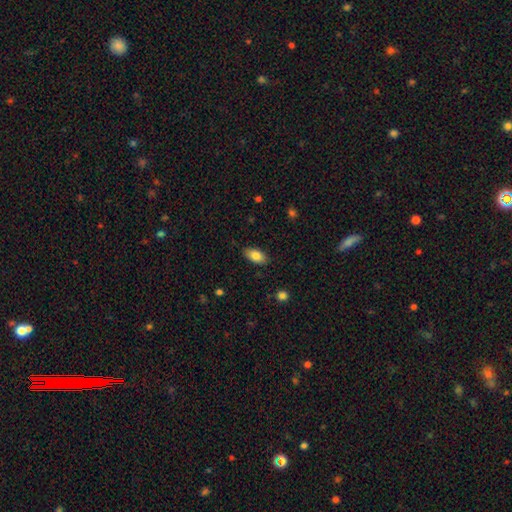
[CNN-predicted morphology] Smooth or featured?
  - smooth: 83% *
  - featured or disk: 10%
  - star or artifact: 7%
How rounded?
  - in between: 92% *
  - cigar-shaped: 5%
  - round: 4%
Merging?
  - none: 86% *
  - minor disturbance: 10%
  - major disturbance: 2%
  - merger: 1%